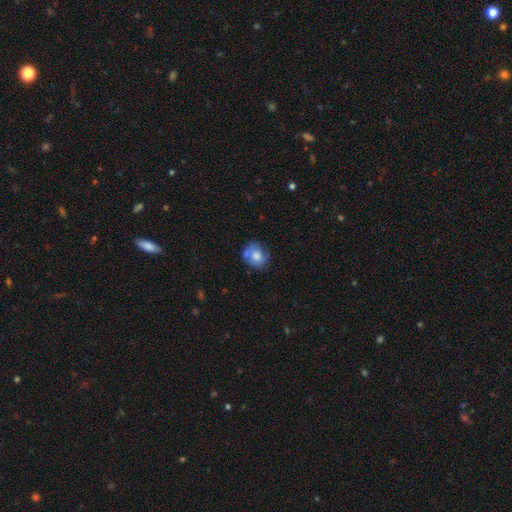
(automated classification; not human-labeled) Overall: smooth (63%; featured or disk 29%). How rounded: round (69%; in between 31%). Merging: none (57%; minor disturbance 24%).